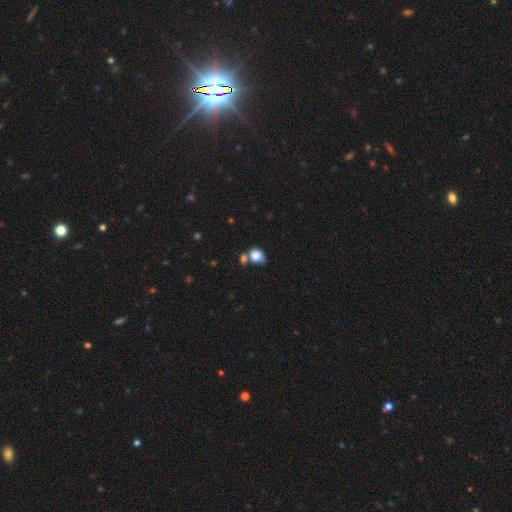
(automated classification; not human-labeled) Q: Smooth or featured?
A: smooth (82%); runner-up: star or artifact (10%)
Q: How rounded?
A: in between (51%); runner-up: round (48%)
Q: Merging?
A: merger (37%); runner-up: none (36%)